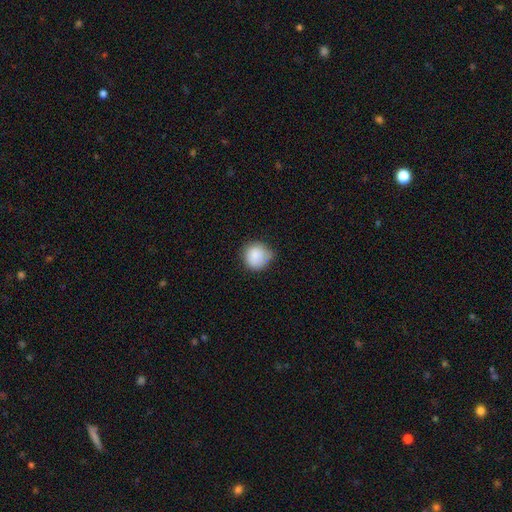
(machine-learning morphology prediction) Smooth or featured: smooth — 86% (star or artifact — 8%)
How rounded: round — 90% (in between — 9%)
Merging: none — 68% (minor disturbance — 26%)